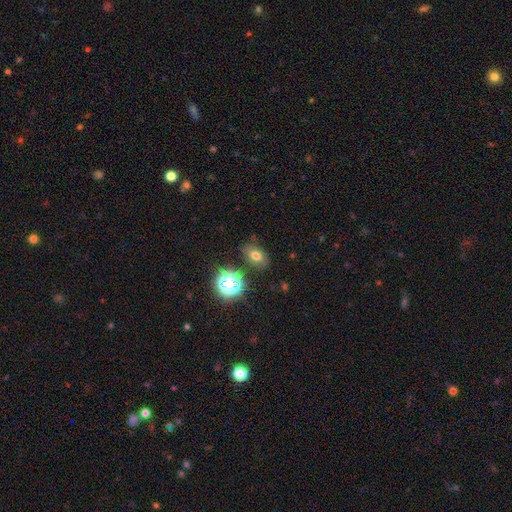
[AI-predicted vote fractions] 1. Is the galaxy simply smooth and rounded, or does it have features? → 63% smooth, 21% star or artifact, 16% featured or disk.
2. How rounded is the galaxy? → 79% in between, 19% round, 2% cigar-shaped.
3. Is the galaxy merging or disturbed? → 79% none, 12% minor disturbance, 4% merger, 4% major disturbance.